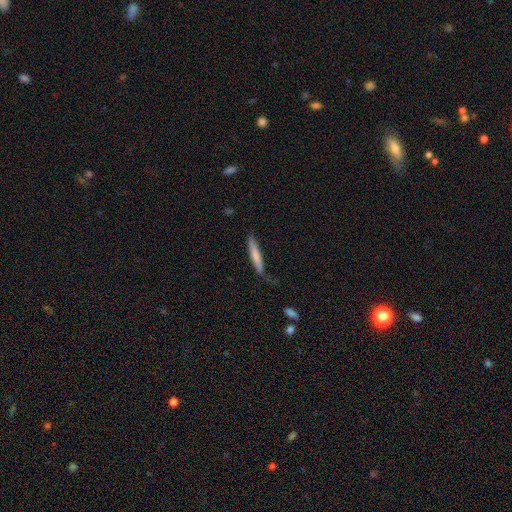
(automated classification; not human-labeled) A smooth galaxy with no disk features (73%) that is cigar-shaped (93%).

Vote fractions:
- Smooth or featured? smooth: 73% / featured or disk: 22% / star or artifact: 5%
- How rounded? cigar-shaped: 93% / in between: 6% / round: 1%
- Merging? none: 70% / minor disturbance: 23% / major disturbance: 5% / merger: 2%